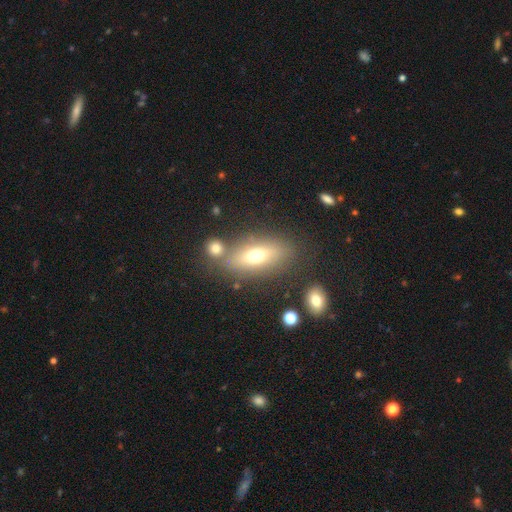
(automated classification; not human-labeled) A smooth galaxy with no disk features (63%) that is in between round and cigar-shaped (73%). Merging: none (67%).